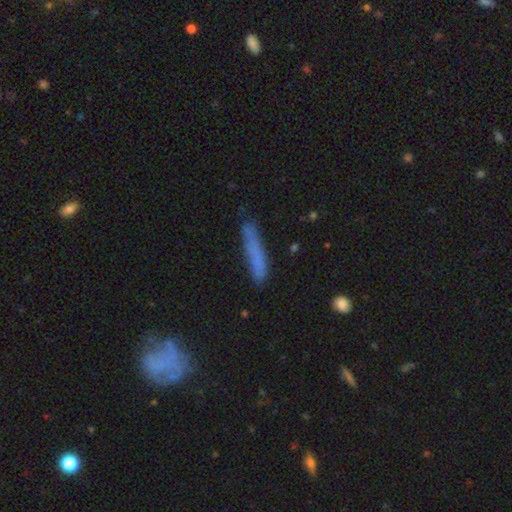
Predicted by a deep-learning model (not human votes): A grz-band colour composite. It shows a smooth galaxy with no disk features (67%) that is cigar-shaped (92%). Merging: none (76%).